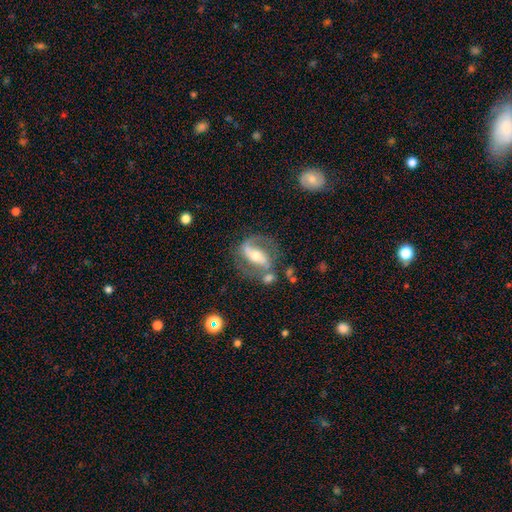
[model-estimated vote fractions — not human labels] Q: Smooth or featured?
A: featured or disk (80%); runner-up: smooth (14%)
Q: Edge-on disk?
A: no (94%); runner-up: yes (6%)
Q: Bar?
A: strong (47%); runner-up: weak (28%)
Q: Spiral arms?
A: yes (89%); runner-up: no (11%)
Q: Spiral winding?
A: medium (47%); runner-up: loose (34%)
Q: Spiral arm count?
A: 2 (79%); runner-up: 1 (13%)
Q: Bulge size?
A: moderate (61%); runner-up: small (31%)
Q: Merging?
A: none (59%); runner-up: minor disturbance (17%)